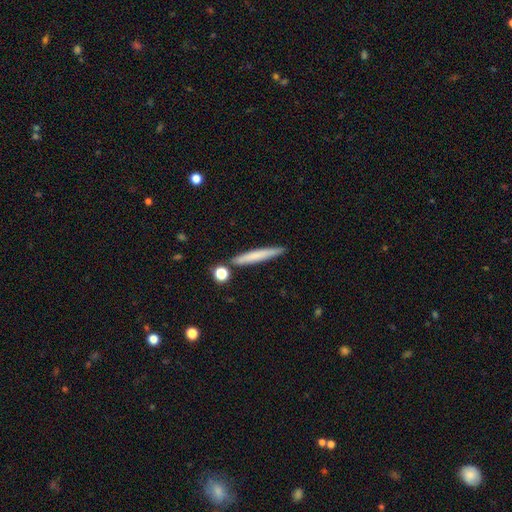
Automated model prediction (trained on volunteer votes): This appears to be a smooth galaxy with no disk features (69%) that is cigar-shaped (95%). Merging: none (85%).